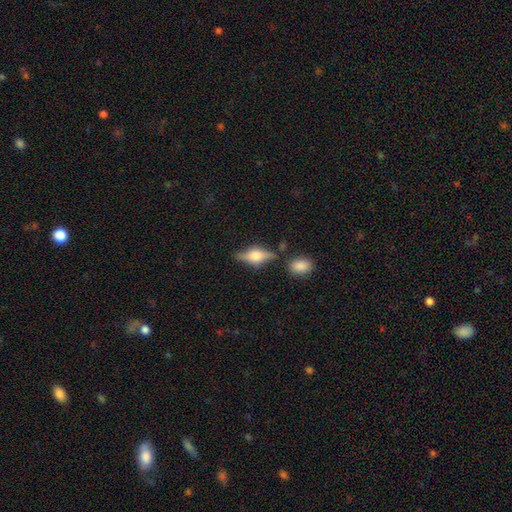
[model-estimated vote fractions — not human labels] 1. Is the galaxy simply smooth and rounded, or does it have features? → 61% featured or disk, 31% smooth, 8% star or artifact.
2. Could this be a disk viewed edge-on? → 94% yes, 6% no.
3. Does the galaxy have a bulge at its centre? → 90% rounded, 8% boxy, 2% none.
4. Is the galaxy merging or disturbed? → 75% none, 14% minor disturbance, 6% merger, 4% major disturbance.